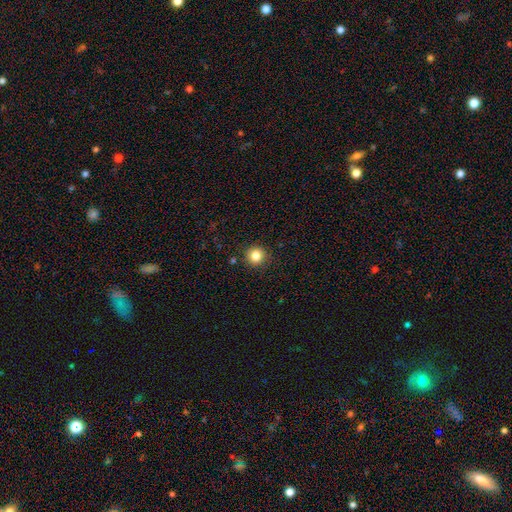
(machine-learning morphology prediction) smooth_or_featured: smooth (p=0.83) [alt: star or artifact p=0.11]
how_rounded: round (p=0.94) [alt: in between p=0.05]
merging: none (p=0.91) [alt: minor disturbance p=0.06]